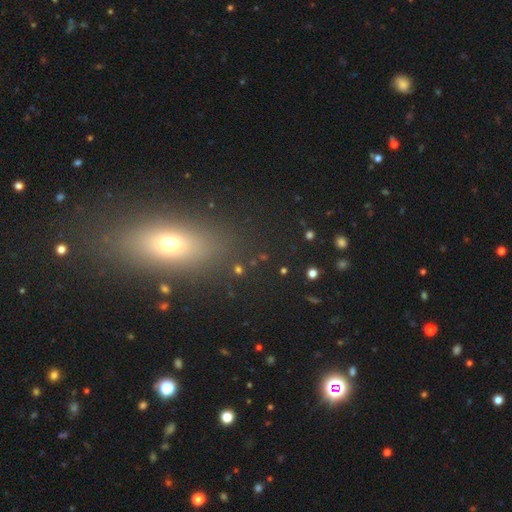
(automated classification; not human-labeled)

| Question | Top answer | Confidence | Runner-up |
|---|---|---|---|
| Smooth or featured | smooth | 57% | star or artifact (24%) |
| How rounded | in between | 63% | cigar-shaped (25%) |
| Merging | none | 85% | minor disturbance (9%) |